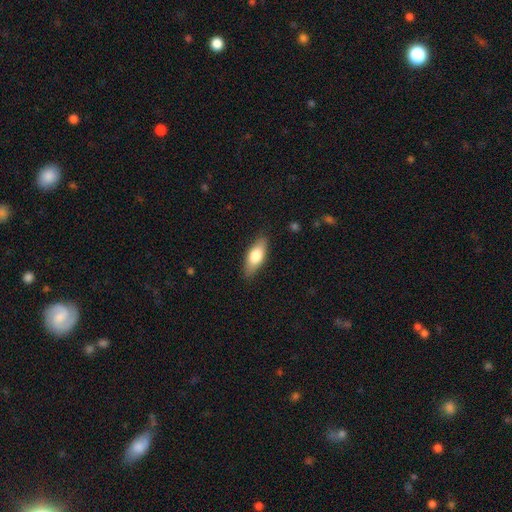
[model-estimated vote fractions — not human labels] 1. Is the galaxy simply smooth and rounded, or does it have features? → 69% smooth, 25% featured or disk, 6% star or artifact.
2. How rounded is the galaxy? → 75% in between, 22% cigar-shaped, 3% round.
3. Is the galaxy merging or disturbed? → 84% none, 12% minor disturbance, 3% major disturbance, 1% merger.